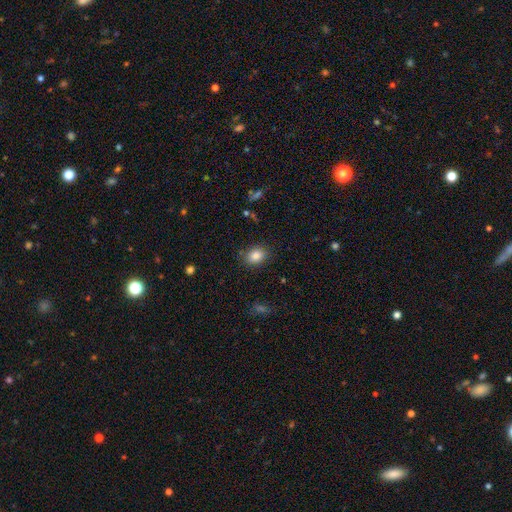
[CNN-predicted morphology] smooth-or-featured: smooth: 84% | star or artifact: 9% | featured or disk: 6%
  how-rounded: in between: 62% | round: 37% | cigar-shaped: 1%
  merging: none: 85% | minor disturbance: 10% | major disturbance: 3% | merger: 2%